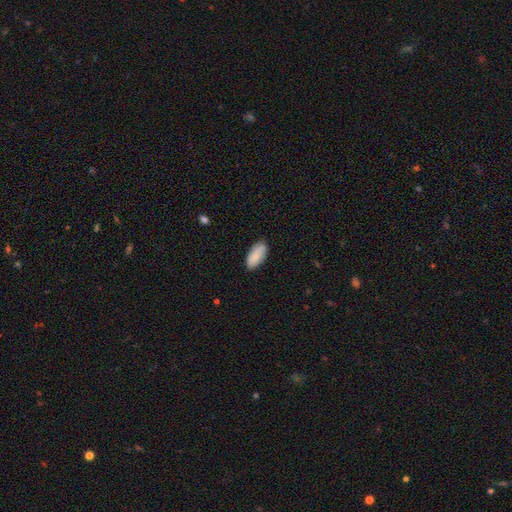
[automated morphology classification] Smooth or featured? Predicted: smooth (p=0.88). How rounded? Predicted: in between (p=0.91). Merging? Predicted: none (p=0.85).